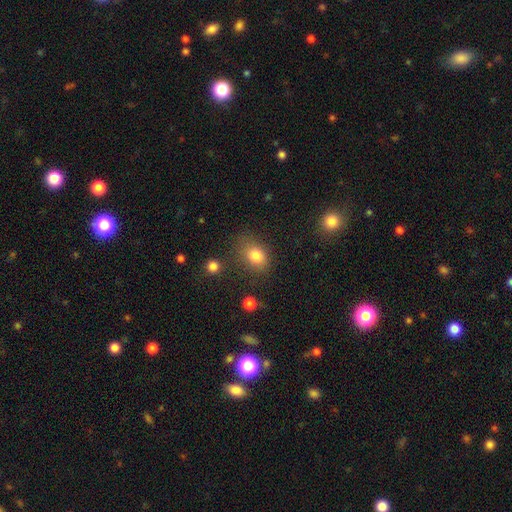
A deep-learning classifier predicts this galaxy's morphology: smooth_or_featured: smooth (p=0.82) [alt: star or artifact p=0.11]
how_rounded: in between (p=0.63) [alt: round p=0.36]
merging: none (p=0.69) [alt: minor disturbance p=0.19]